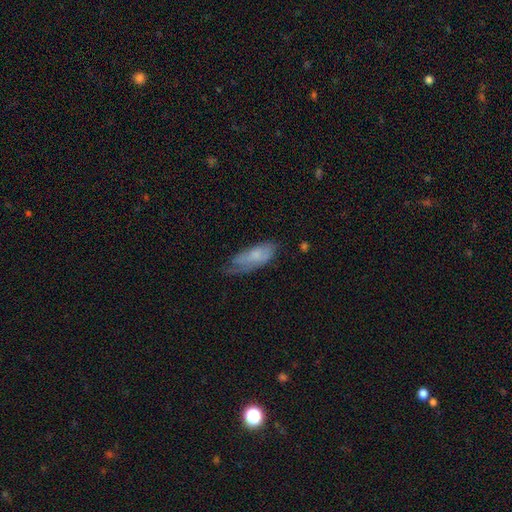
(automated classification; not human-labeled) A smooth galaxy with no disk features (66%) that is in between round and cigar-shaped (73%).

Vote fractions:
- Smooth or featured? smooth: 66% / featured or disk: 27% / star or artifact: 7%
- How rounded? in between: 73% / cigar-shaped: 25% / round: 2%
- Merging? minor disturbance: 39% (tied) / none: 39% (tied) / major disturbance: 20% / merger: 2%